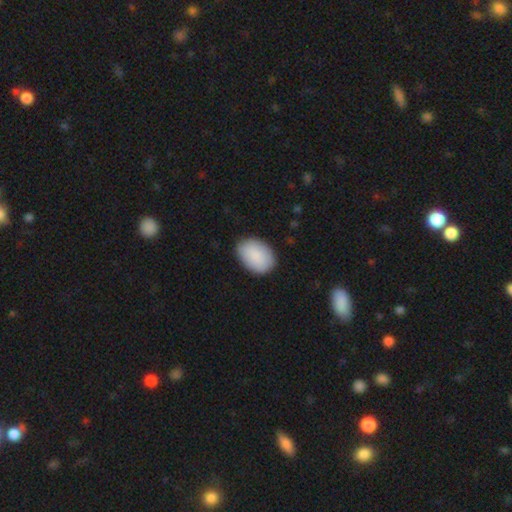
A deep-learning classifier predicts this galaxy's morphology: smooth-or-featured: smooth: 88% | featured or disk: 6% | star or artifact: 6%
  how-rounded: in between: 82% | round: 17% | cigar-shaped: 1%
  merging: none: 84% | minor disturbance: 13% | major disturbance: 2% | merger: 1%